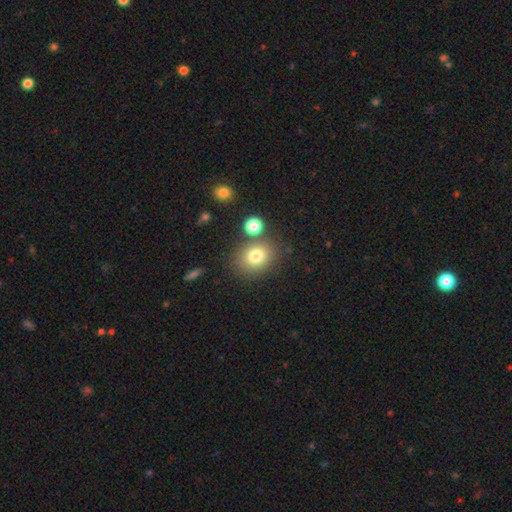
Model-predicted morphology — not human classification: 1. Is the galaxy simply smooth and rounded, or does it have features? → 78% smooth, 12% star or artifact, 10% featured or disk.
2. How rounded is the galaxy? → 58% round, 41% in between, 1% cigar-shaped.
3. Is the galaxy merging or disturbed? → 74% none, 11% merger, 11% minor disturbance, 4% major disturbance.